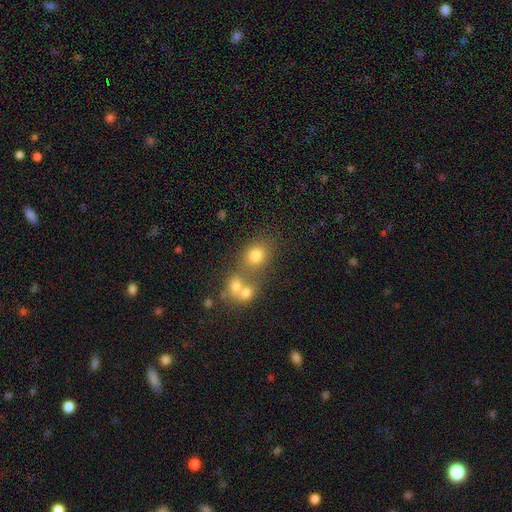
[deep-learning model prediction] Smooth or featured? Predicted: smooth (p=0.72). How rounded? Predicted: round (p=0.70). Merging? Predicted: none (p=0.51).